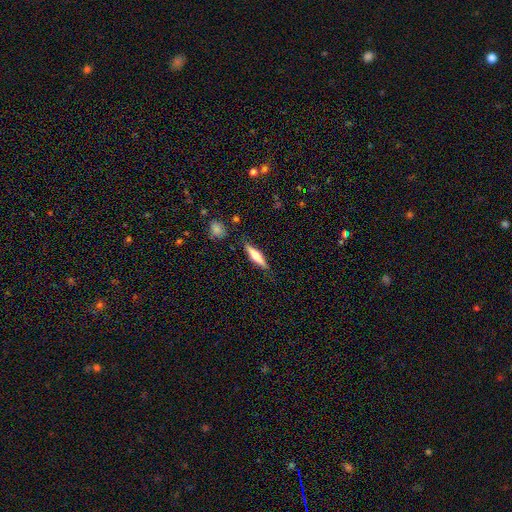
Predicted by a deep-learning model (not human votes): smooth 50%, featured or disk 43%, star or artifact 6%. Down the decision tree: how rounded — cigar-shaped (78%); merging — none (84%).